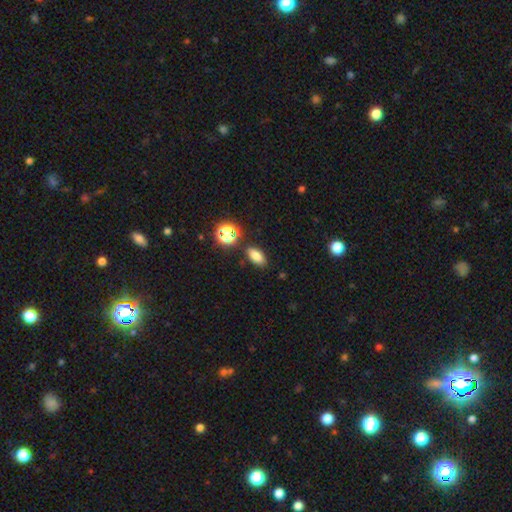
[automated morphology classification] The model was most divided on "smooth or featured": smooth: 78%, star or artifact: 15%, featured or disk: 7%. More confident: merging — none (84%); how rounded — in between (84%).